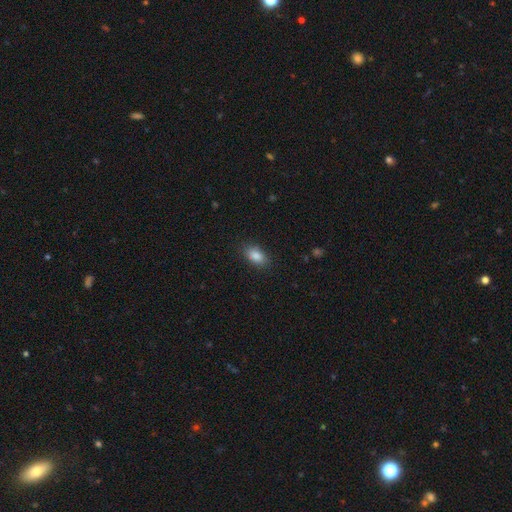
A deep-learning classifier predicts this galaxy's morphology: smooth 86%, star or artifact 8%, featured or disk 6%. Down the decision tree: how rounded — in between (89%); merging — none (86%).